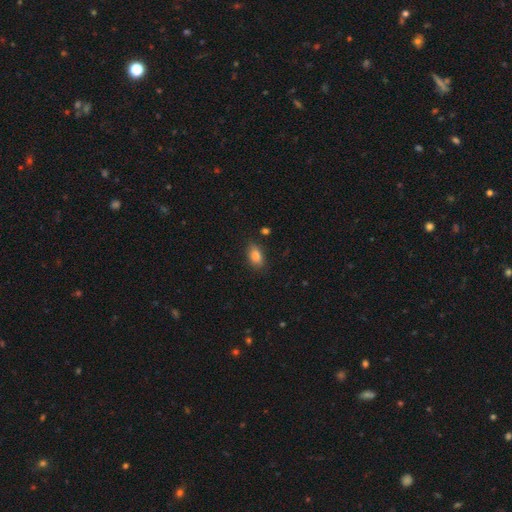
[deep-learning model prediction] This appears to be a smooth galaxy with no disk features (83%) that is in between round and cigar-shaped (87%). Merging: none (82%).